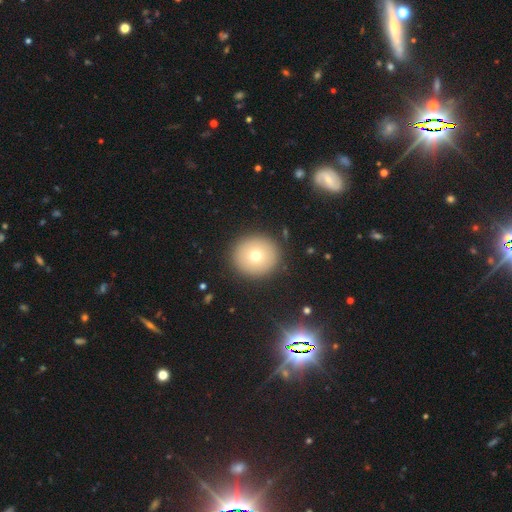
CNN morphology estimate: smooth 72%, featured or disk 16%, star or artifact 12%. Down the decision tree: how rounded — round (92%); merging — none (91%).